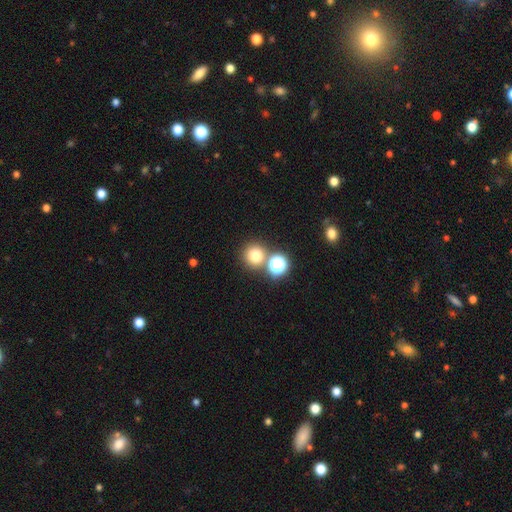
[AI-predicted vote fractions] Morphology: type=smooth (73%); roundness=round (92%); merging=none (71%).